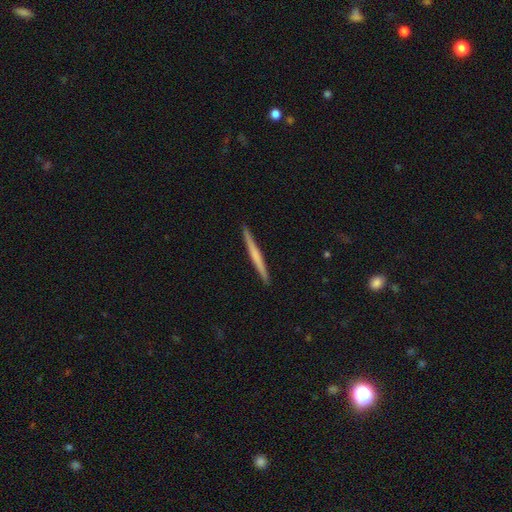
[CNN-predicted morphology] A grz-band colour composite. It shows a smooth galaxy with no disk features (48%). Merging: none (93%).